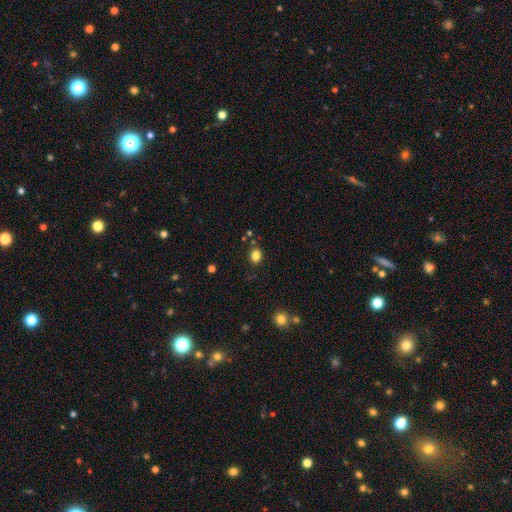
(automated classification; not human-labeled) Smooth or featured: smooth — 83% (star or artifact — 12%)
How rounded: round — 52% (in between — 47%)
Merging: none — 84% (minor disturbance — 10%)